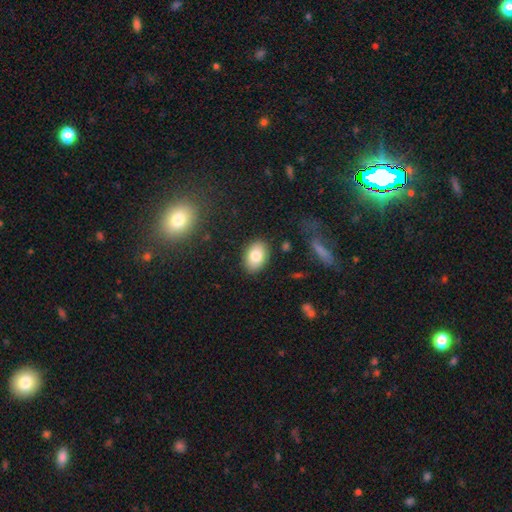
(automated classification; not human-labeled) Smooth or featured? smooth (81%)
How rounded? in between (85%)
Merging? none (86%)